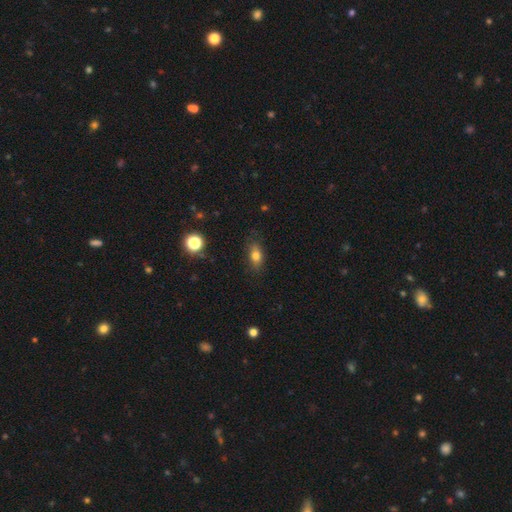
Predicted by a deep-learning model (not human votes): Morphology: type=smooth (76%); roundness=in between (78%); merging=none (82%).